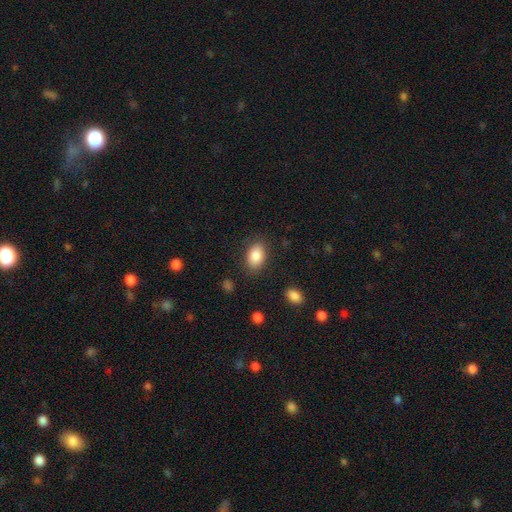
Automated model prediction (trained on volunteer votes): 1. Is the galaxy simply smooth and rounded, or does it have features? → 85% smooth, 7% star or artifact, 7% featured or disk.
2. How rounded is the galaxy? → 87% in between, 12% round, 1% cigar-shaped.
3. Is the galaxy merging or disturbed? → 84% none, 11% minor disturbance, 4% major disturbance, 1% merger.